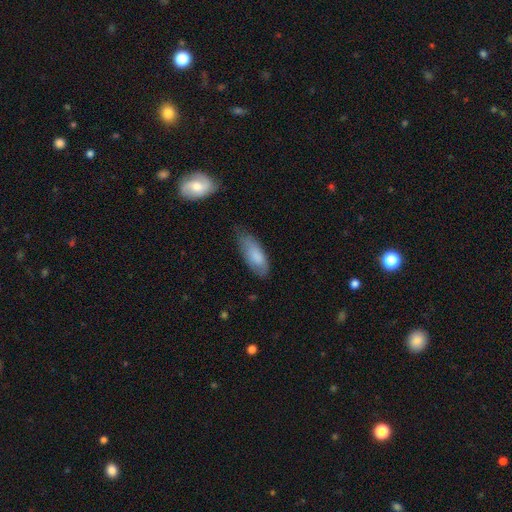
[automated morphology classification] smooth-or-featured: smooth: 81% | featured or disk: 13% | star or artifact: 6%
  how-rounded: in between: 79% | cigar-shaped: 20% | round: 2%
  merging: none: 57% | minor disturbance: 33% | major disturbance: 7% | merger: 2%